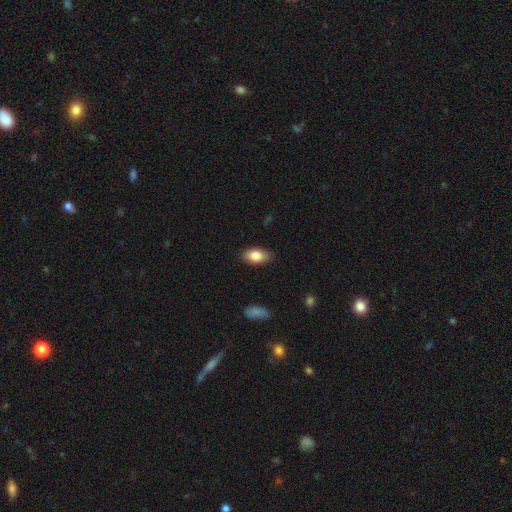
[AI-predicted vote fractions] This appears to be a smooth galaxy with no disk features (83%) that is in between round and cigar-shaped (92%). Merging: none (86%).